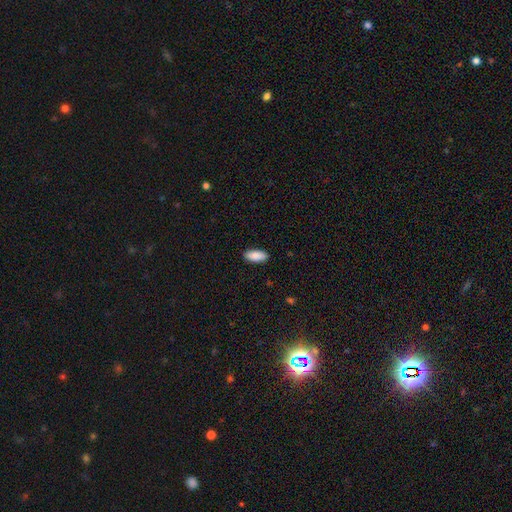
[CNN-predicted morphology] smooth_or_featured: smooth (p=0.89) [alt: star or artifact p=0.06]
how_rounded: in between (p=0.86) [alt: cigar-shaped p=0.12]
merging: none (p=0.89) [alt: minor disturbance p=0.08]